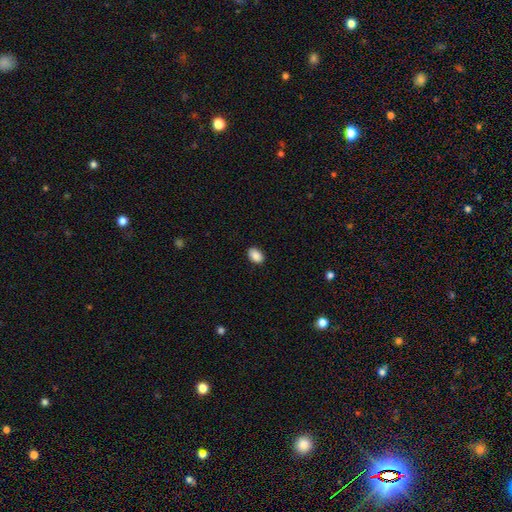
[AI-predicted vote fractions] A smooth galaxy with no disk features (89%) that is in between round and cigar-shaped (88%).

Vote fractions:
- Smooth or featured? smooth: 89% / star or artifact: 7% / featured or disk: 3%
- How rounded? in between: 88% / round: 11% / cigar-shaped: 1%
- Merging? none: 88% / minor disturbance: 9% / major disturbance: 2% / merger: 1%